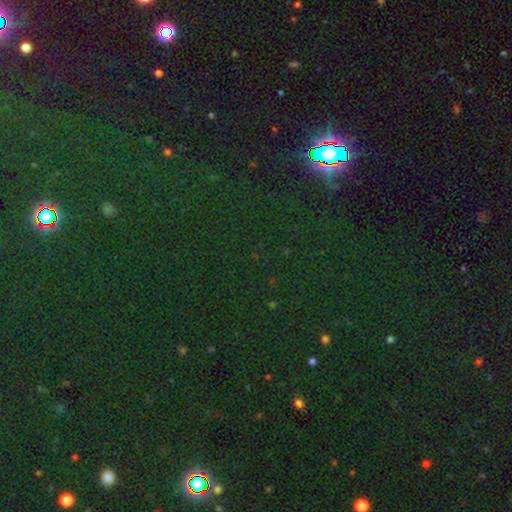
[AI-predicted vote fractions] Smooth or featured: star or artifact — 81% (smooth — 12%)